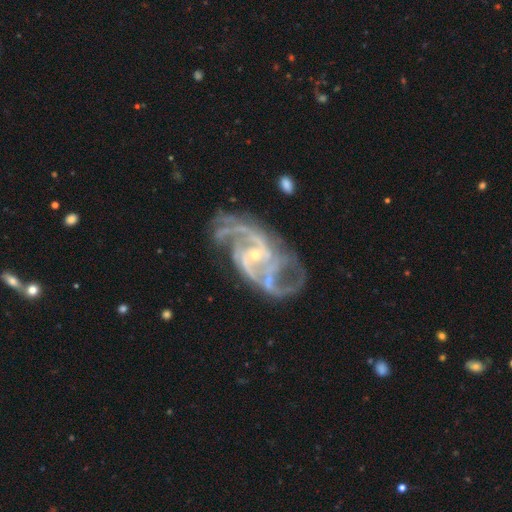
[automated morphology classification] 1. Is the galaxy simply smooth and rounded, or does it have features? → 92% featured or disk, 5% star or artifact, 3% smooth.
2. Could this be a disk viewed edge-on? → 97% no, 3% yes.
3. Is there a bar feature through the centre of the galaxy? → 44% no, 39% weak, 17% strong.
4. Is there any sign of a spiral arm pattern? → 98% yes, 2% no.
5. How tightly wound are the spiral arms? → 55% medium, 27% tight, 19% loose.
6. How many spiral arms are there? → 47% 2, 20% 3, 11% can't tell, 9% 4, 6% more than 4, 6% 1.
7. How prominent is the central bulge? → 78% small, 18% moderate, 2% none, 1% large, 1% dominant.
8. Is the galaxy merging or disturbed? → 62% none, 19% minor disturbance, 16% major disturbance, 3% merger.